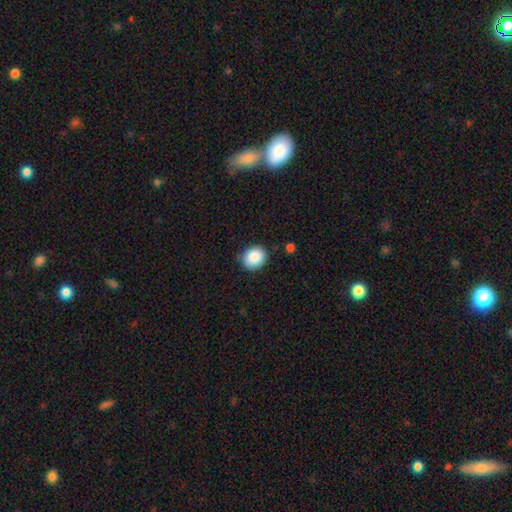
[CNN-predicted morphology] Q: Smooth or featured?
A: smooth (88%); runner-up: star or artifact (8%)
Q: How rounded?
A: round (66%); runner-up: in between (33%)
Q: Merging?
A: none (85%); runner-up: minor disturbance (11%)